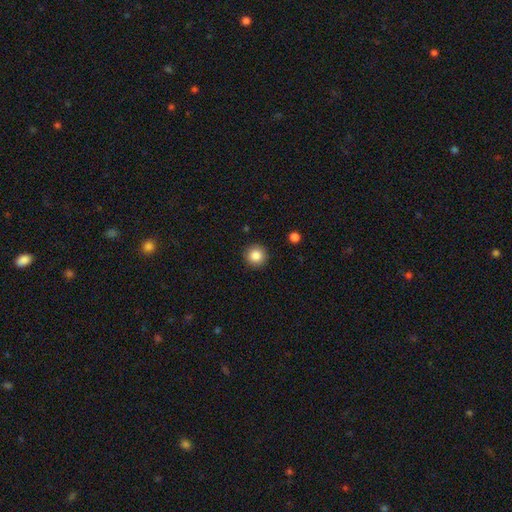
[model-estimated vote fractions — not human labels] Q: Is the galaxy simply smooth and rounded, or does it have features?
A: smooth — 86%.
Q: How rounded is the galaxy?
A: round — 95%.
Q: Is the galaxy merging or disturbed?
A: none — 91%.